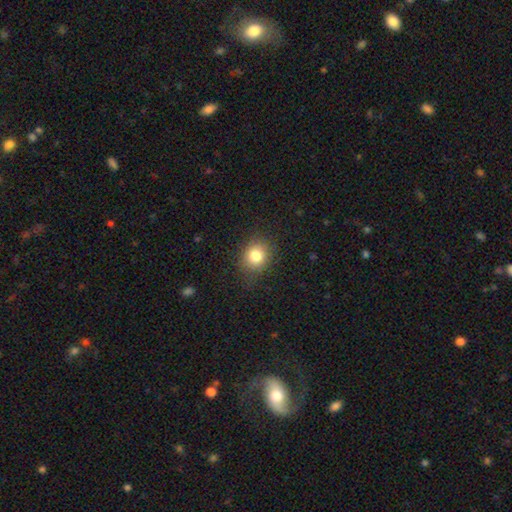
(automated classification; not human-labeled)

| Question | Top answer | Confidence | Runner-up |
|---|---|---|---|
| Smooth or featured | smooth | 80% | star or artifact (12%) |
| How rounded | round | 76% | in between (23%) |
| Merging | none | 84% | minor disturbance (11%) |